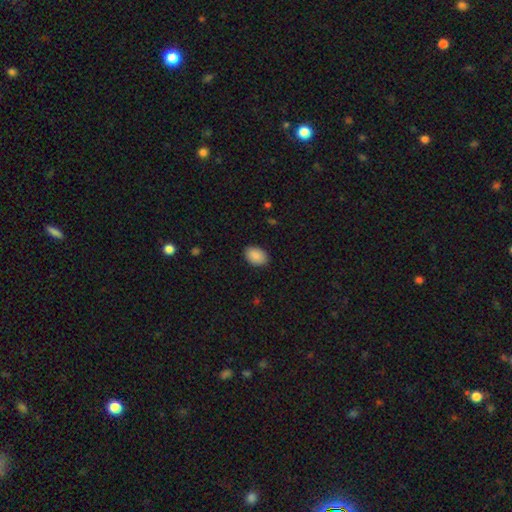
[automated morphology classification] A smooth galaxy with no disk features (90%) that is in between round and cigar-shaped (83%).

Vote fractions:
- Smooth or featured? smooth: 90% / star or artifact: 7% / featured or disk: 3%
- How rounded? in between: 83% / round: 16% / cigar-shaped: 1%
- Merging? none: 88% / minor disturbance: 9% / major disturbance: 2% / merger: 1%